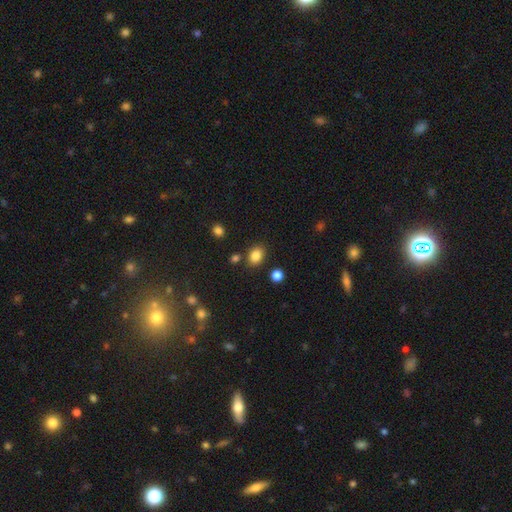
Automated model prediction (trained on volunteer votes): Smooth or featured: smooth — 84% (star or artifact — 11%)
How rounded: in between — 61% (round — 38%)
Merging: none — 81% (minor disturbance — 10%)